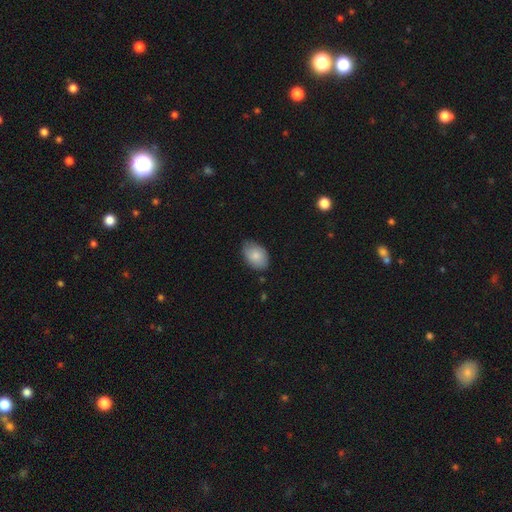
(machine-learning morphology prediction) Smooth or featured: smooth — 84% (featured or disk — 10%)
How rounded: in between — 87% (round — 12%)
Merging: none — 73% (minor disturbance — 22%)